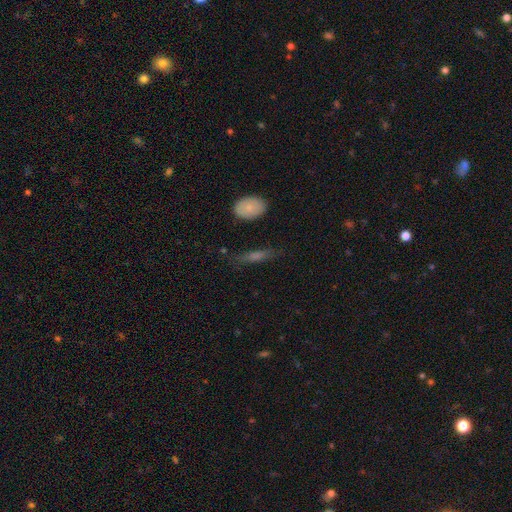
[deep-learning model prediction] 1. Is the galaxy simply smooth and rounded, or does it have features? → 50% smooth, 37% featured or disk, 14% star or artifact.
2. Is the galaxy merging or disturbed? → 76% none, 16% minor disturbance, 6% major disturbance, 3% merger.